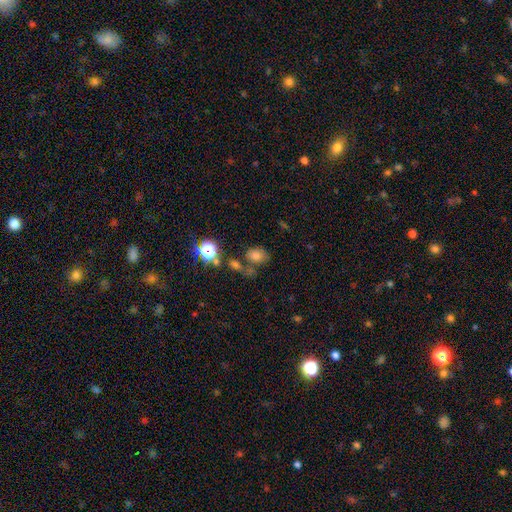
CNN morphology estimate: This appears to be a smooth galaxy with no disk features (68%) that is in between round and cigar-shaped (63%). Merging: none (51%).